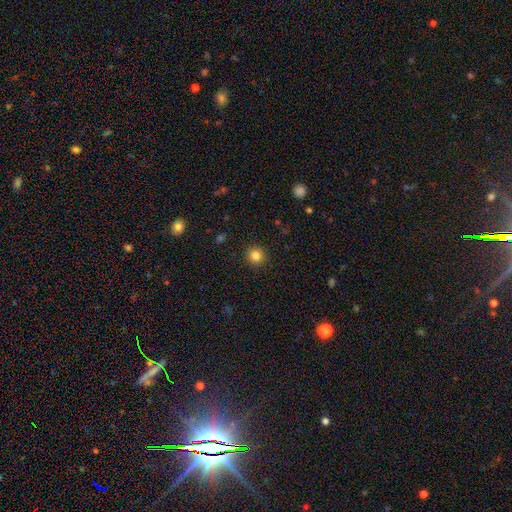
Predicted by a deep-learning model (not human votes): Overall: smooth (84%). How rounded: round (94%). Merging: none (92%).